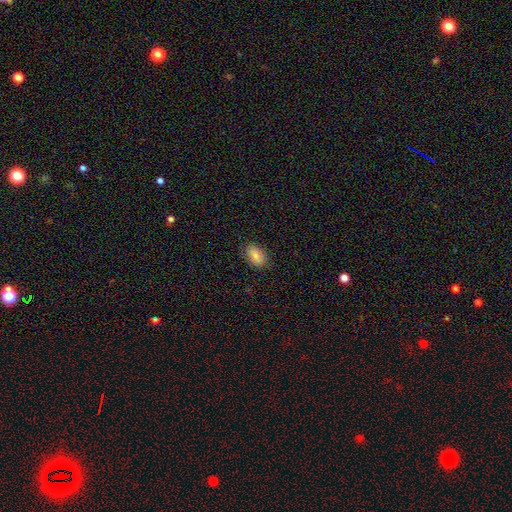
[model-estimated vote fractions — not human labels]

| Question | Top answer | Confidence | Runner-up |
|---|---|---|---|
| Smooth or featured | smooth | 79% | featured or disk (13%) |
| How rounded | in between | 86% | round (12%) |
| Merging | none | 84% | minor disturbance (12%) |